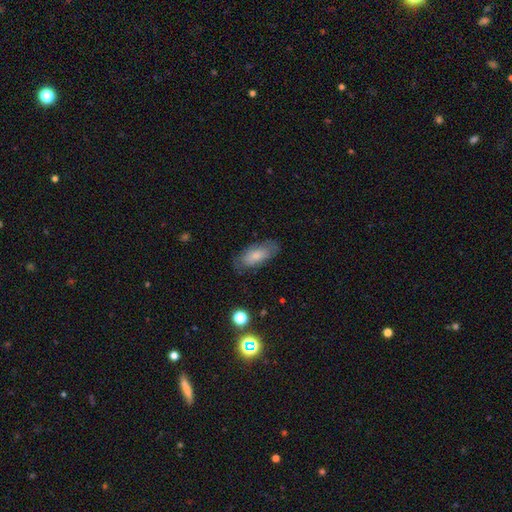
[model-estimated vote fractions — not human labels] A smooth galaxy with no disk features (72%) that is in between round and cigar-shaped (86%).

Vote fractions:
- Smooth or featured? smooth: 72% / featured or disk: 21% / star or artifact: 7%
- How rounded? in between: 86% / cigar-shaped: 12% / round: 3%
- Merging? none: 74% / minor disturbance: 19% / major disturbance: 6% / merger: 1%